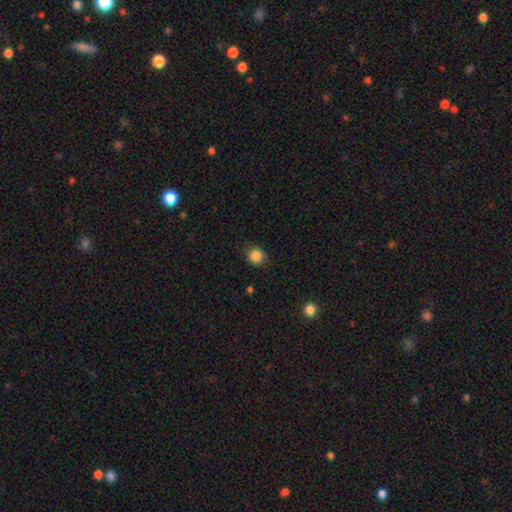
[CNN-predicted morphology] smooth 86%, star or artifact 10%, featured or disk 4%. Down the decision tree: how rounded — round (81%); merging — none (78%).